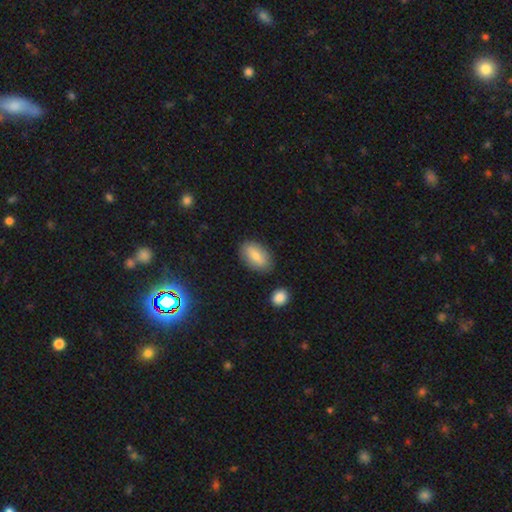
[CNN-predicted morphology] smooth_or_featured: smooth (p=0.72) [alt: featured or disk p=0.20]
how_rounded: in between (p=0.89) [alt: round p=0.07]
merging: none (p=0.81) [alt: minor disturbance p=0.13]